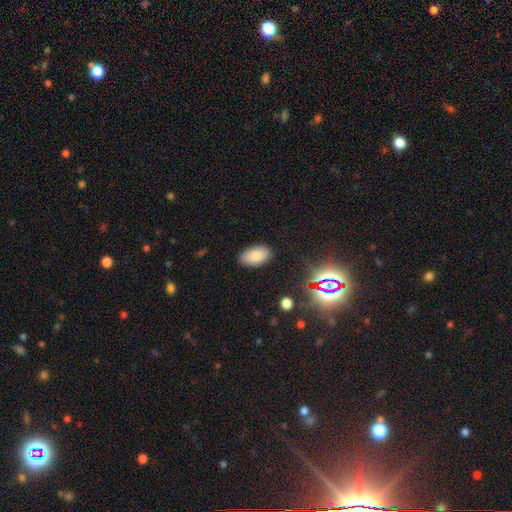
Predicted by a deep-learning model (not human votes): Smooth or featured? Predicted: smooth (p=0.81). How rounded? Predicted: in between (p=0.94). Merging? Predicted: none (p=0.86).